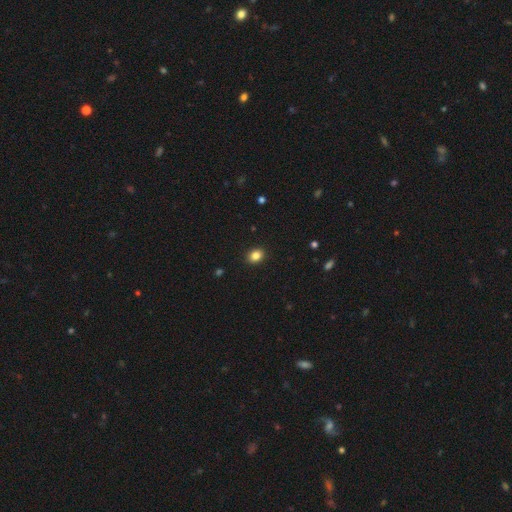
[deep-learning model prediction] smooth 85%, star or artifact 10%, featured or disk 5%. Down the decision tree: how rounded — in between (53%); merging — none (91%).